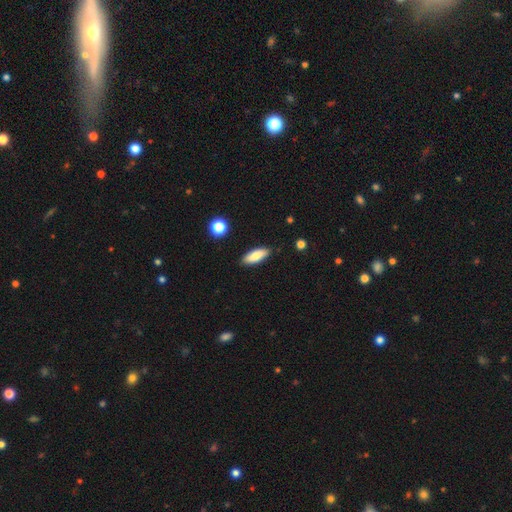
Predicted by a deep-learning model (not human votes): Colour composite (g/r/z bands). It shows a smooth galaxy with no disk features (81%) that is in between round and cigar-shaped (65%). Merging: none (87%).